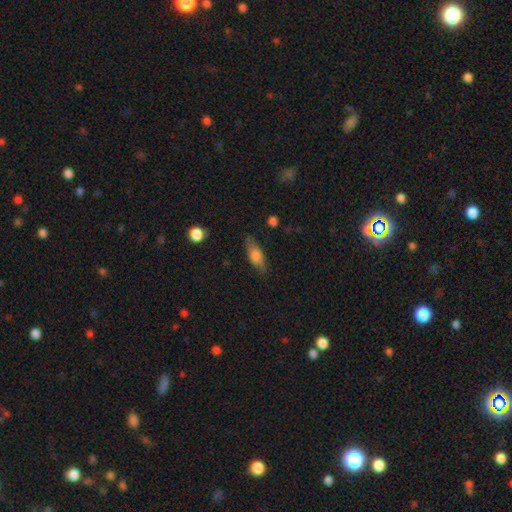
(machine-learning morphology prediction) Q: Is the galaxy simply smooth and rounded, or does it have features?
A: smooth — 70%.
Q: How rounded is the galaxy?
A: in between — 71%.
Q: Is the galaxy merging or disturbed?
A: none — 77%.